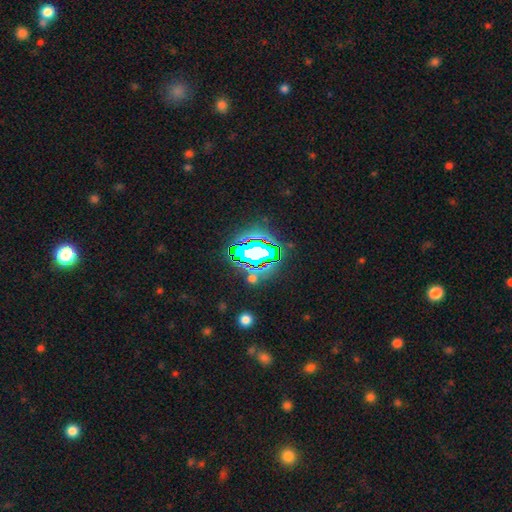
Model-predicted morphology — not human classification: Smooth or featured?
  - star or artifact: 76% *
  - smooth: 14%
  - featured or disk: 10%